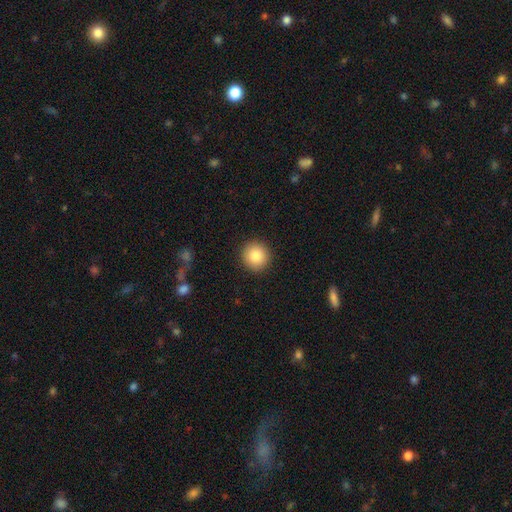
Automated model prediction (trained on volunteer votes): Q: Smooth or featured?
A: smooth (86%); runner-up: star or artifact (8%)
Q: How rounded?
A: round (95%); runner-up: in between (4%)
Q: Merging?
A: none (92%); runner-up: minor disturbance (5%)